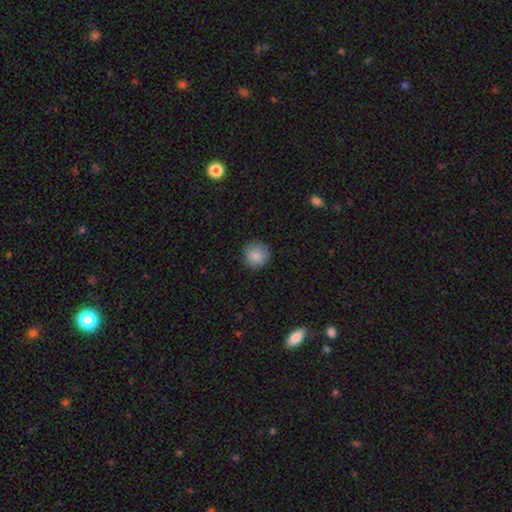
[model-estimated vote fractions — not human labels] This is clearly a smooth galaxy (85%). How rounded: clearly round (93%). Merging: clearly none (85%).